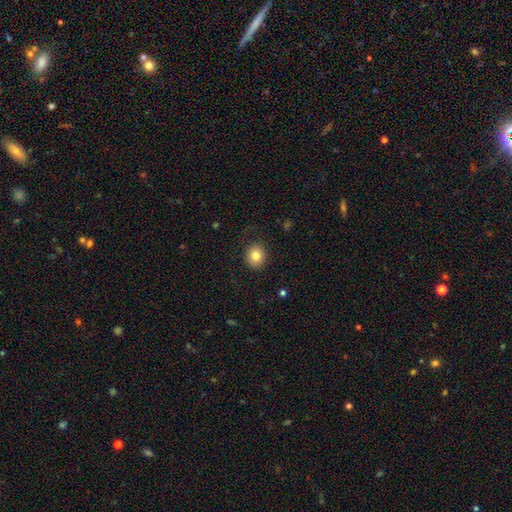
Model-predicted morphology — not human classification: Smooth or featured: smooth — 81% (star or artifact — 10%)
How rounded: round — 76% (in between — 24%)
Merging: none — 84% (minor disturbance — 11%)